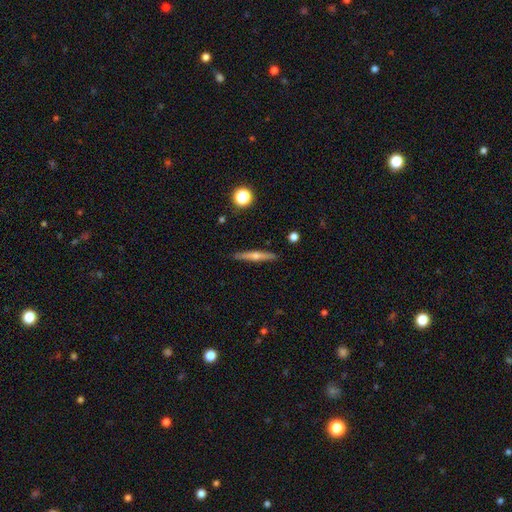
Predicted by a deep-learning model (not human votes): A featured or disk galaxy (56%) viewed edge-on (96%) with a rounded central bulge (82%). Merging: none (89%).